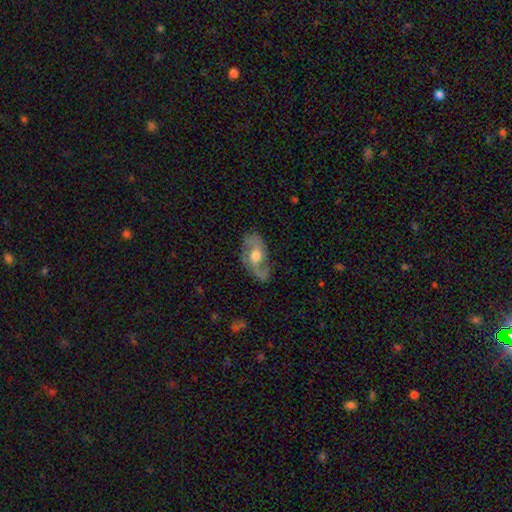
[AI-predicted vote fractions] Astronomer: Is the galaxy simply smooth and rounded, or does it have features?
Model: featured or disk — 76%.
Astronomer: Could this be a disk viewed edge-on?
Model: no — 94%.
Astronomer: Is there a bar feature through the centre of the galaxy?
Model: no — 57% (runner-up: weak, 36%).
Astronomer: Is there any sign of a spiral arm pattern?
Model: yes — 89%.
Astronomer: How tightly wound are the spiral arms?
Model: medium — 45% (runner-up: loose, 40%).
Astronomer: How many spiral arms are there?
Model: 2 — 82%.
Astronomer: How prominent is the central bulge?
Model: moderate — 67%.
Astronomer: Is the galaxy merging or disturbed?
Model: none — 68%.